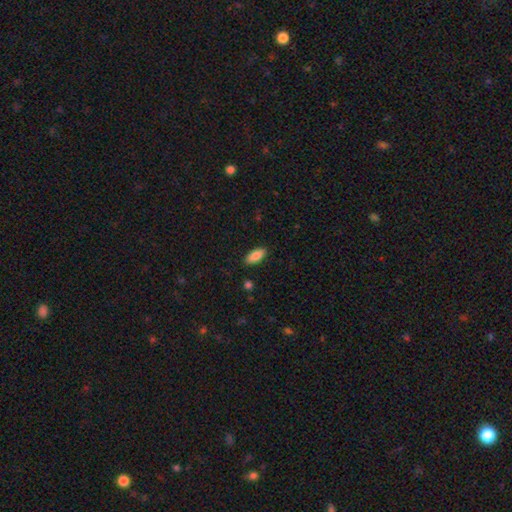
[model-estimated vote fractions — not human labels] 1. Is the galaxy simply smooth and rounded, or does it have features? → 87% smooth, 7% star or artifact, 6% featured or disk.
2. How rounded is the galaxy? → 85% in between, 13% cigar-shaped, 2% round.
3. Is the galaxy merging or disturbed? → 88% none, 9% minor disturbance, 2% major disturbance, 1% merger.